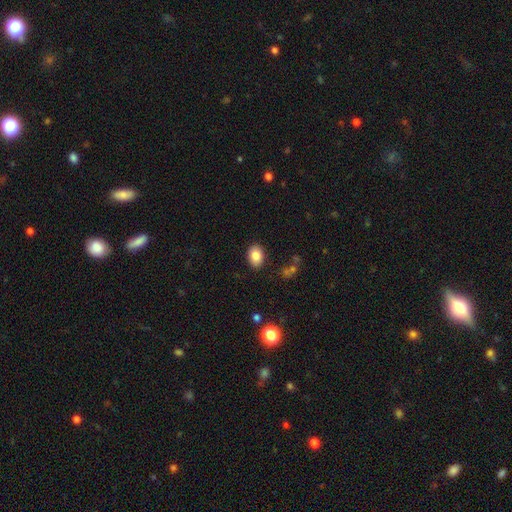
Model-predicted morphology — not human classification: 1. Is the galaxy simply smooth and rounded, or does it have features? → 84% smooth, 8% star or artifact, 8% featured or disk.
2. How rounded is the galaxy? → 80% in between, 19% round, 1% cigar-shaped.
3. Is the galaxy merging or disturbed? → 87% none, 9% minor disturbance, 2% major disturbance, 1% merger.